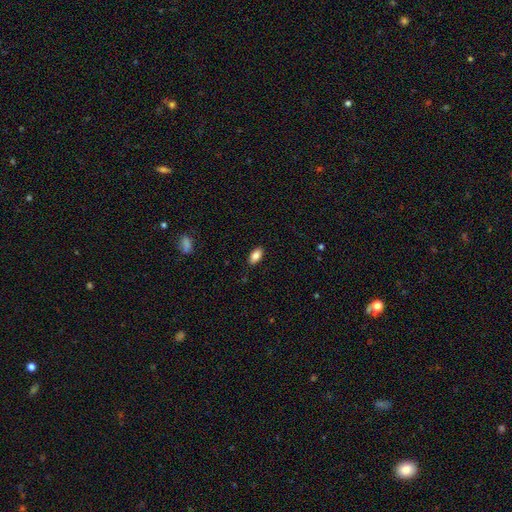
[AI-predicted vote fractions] smooth 85%, featured or disk 8%, star or artifact 7%. Down the decision tree: how rounded — in between (91%); merging — none (88%).